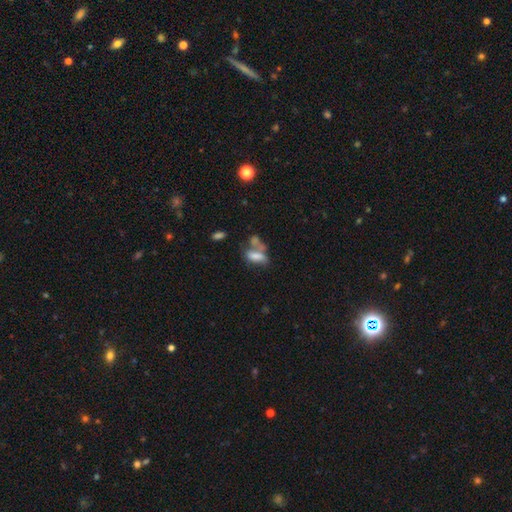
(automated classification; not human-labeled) Q: Smooth or featured?
A: smooth (66%); runner-up: featured or disk (22%)
Q: How rounded?
A: in between (81%); runner-up: cigar-shaped (14%)
Q: Merging?
A: merger (46%); runner-up: none (26%)